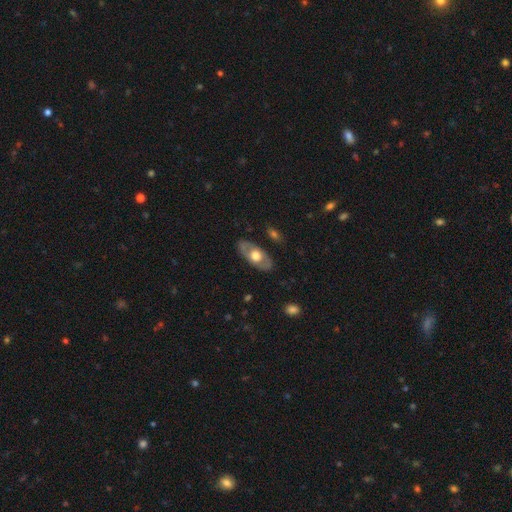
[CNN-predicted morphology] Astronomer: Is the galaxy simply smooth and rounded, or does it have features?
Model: featured or disk — 52% (runner-up: smooth, 43%).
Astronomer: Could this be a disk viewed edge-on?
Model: no — 80%.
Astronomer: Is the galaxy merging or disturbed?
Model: none — 82%.